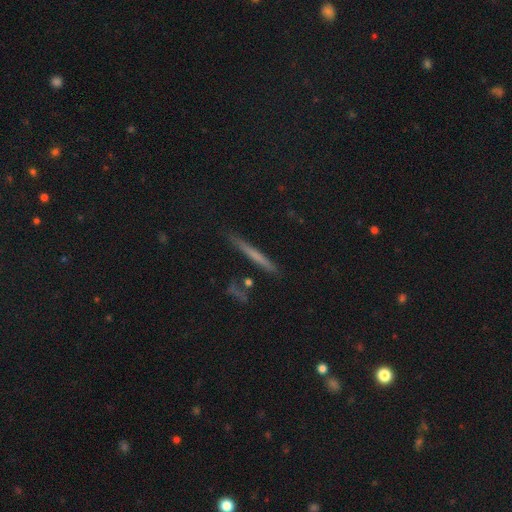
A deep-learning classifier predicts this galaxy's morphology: This is possibly a smooth galaxy (51%). How rounded: clearly cigar-shaped (95%). Merging: clearly none (85%).